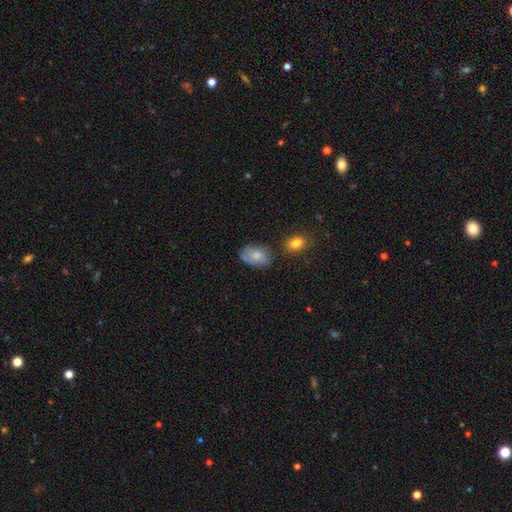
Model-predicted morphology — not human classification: smooth-or-featured: smooth: 73% | featured or disk: 19% | star or artifact: 8%
  how-rounded: in between: 86% | round: 13% | cigar-shaped: 1%
  merging: none: 58% | minor disturbance: 28% | major disturbance: 8% | merger: 6%